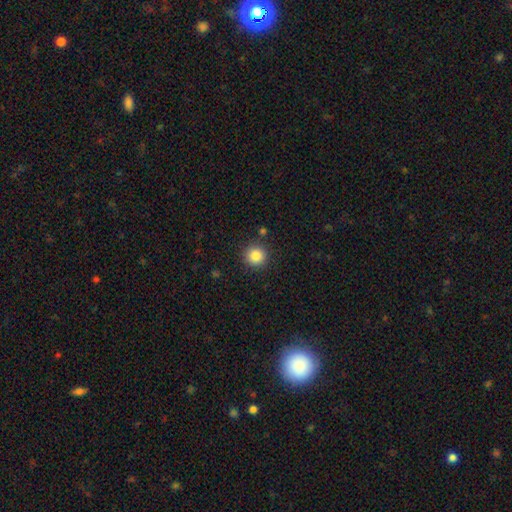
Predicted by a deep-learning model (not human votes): Smooth or featured: smooth — 85% (star or artifact — 10%)
How rounded: round — 93% (in between — 6%)
Merging: none — 89% (minor disturbance — 7%)